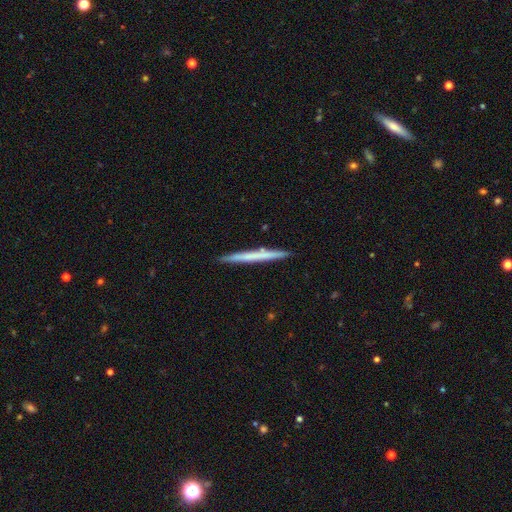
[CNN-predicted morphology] Smooth or featured? Predicted: smooth (p=0.53). How rounded? Predicted: cigar-shaped (p=0.97). Merging? Predicted: none (p=0.91).